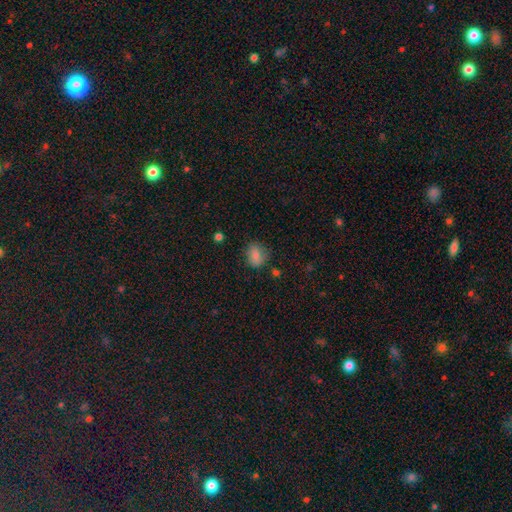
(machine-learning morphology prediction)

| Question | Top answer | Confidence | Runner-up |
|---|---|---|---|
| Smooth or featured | smooth | 80% | featured or disk (11%) |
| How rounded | round | 60% | in between (38%) |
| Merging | none | 73% | minor disturbance (20%) |